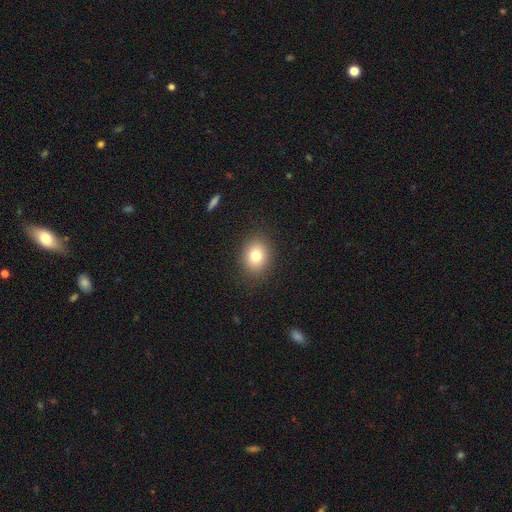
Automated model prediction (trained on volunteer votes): Smooth or featured: smooth — 79% (star or artifact — 11%)
How rounded: round — 56% (in between — 43%)
Merging: none — 88% (minor disturbance — 8%)